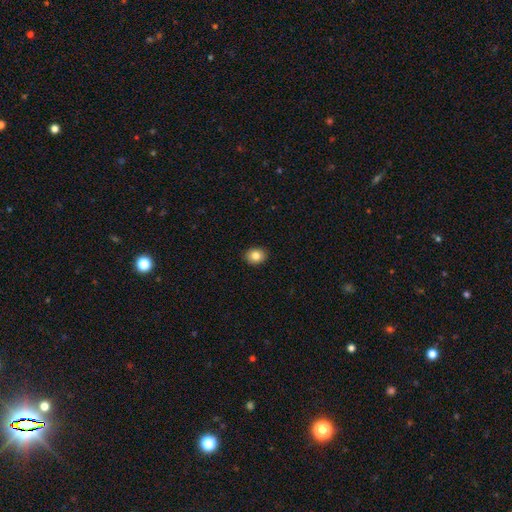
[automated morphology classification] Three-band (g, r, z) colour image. It shows a smooth galaxy with no disk features (83%) that is round (60%). Merging: none (91%).